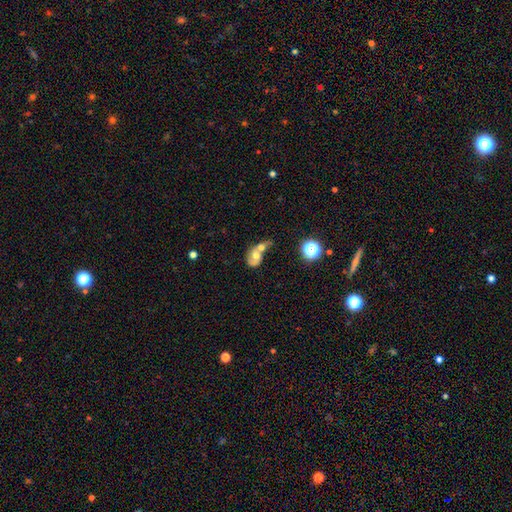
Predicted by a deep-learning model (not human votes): Morphology: type=smooth (46%); merging=merger (72%).